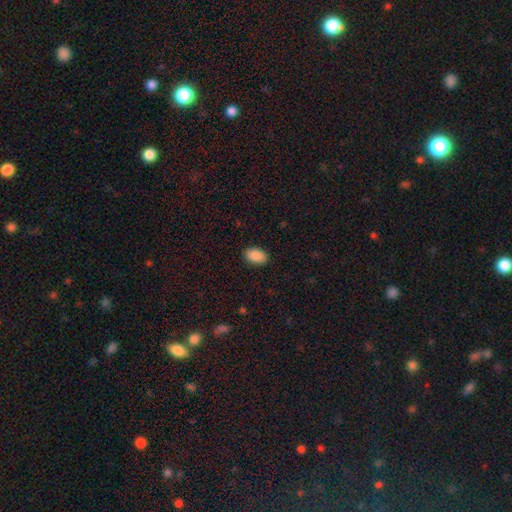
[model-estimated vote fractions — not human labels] smooth_or_featured: smooth (p=0.89) [alt: star or artifact p=0.07]
how_rounded: in between (p=0.91) [alt: round p=0.07]
merging: none (p=0.90) [alt: minor disturbance p=0.07]